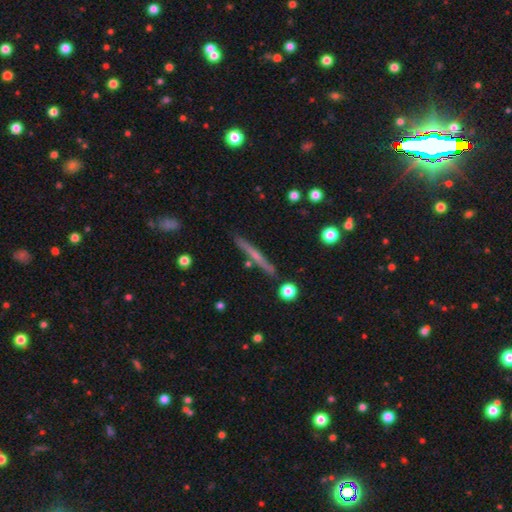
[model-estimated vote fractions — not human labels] This is possibly a featured or disk galaxy (48%). Merging: clearly none (87%).